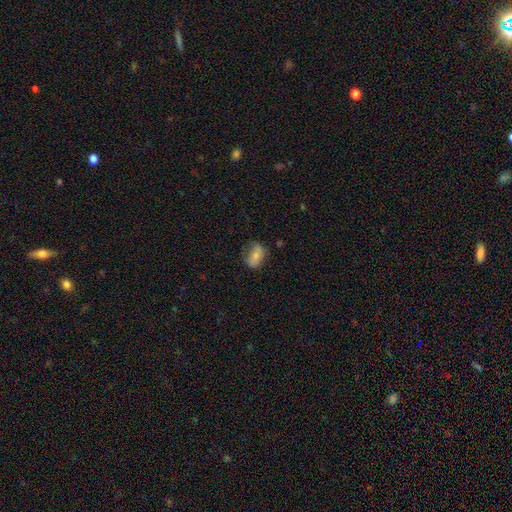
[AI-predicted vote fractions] A smooth galaxy with no disk features (72%) that is in between round and cigar-shaped (85%).

Vote fractions:
- Smooth or featured? smooth: 72% / featured or disk: 19% / star or artifact: 8%
- How rounded? in between: 85% / round: 12% / cigar-shaped: 3%
- Merging? none: 57% / minor disturbance: 29% / major disturbance: 12% / merger: 2%